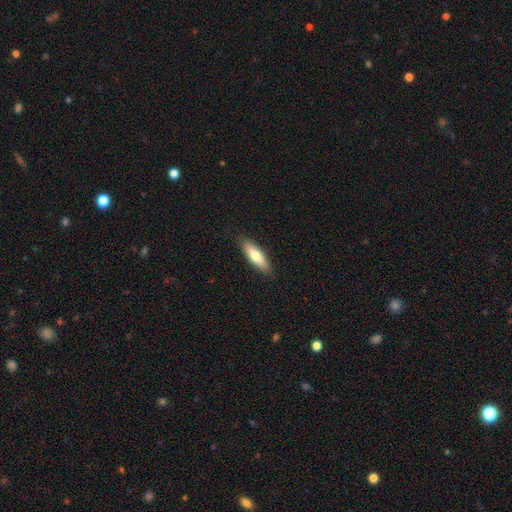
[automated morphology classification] The model was most divided on "how rounded": cigar-shaped: 53%, in between: 45%, round: 2%. More confident: merging — none (87%); smooth or featured — smooth (71%).